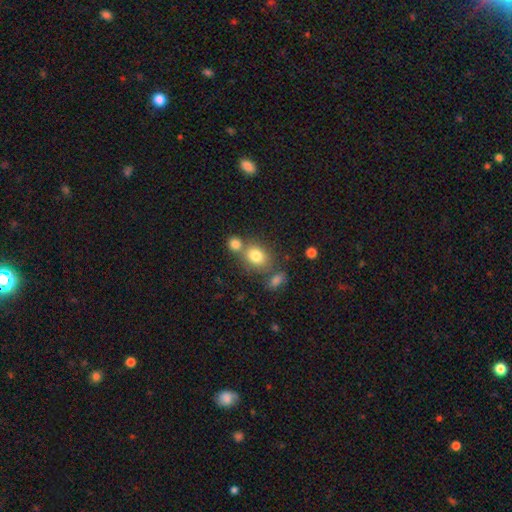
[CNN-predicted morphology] This appears to be a smooth galaxy with no disk features (79%) that is round (57%). Merging: none (53%).